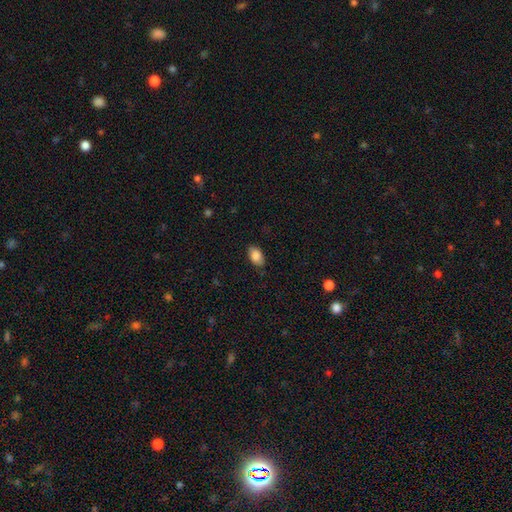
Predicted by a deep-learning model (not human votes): Smooth or featured: smooth — 85% (featured or disk — 7%)
How rounded: in between — 92% (round — 6%)
Merging: none — 84% (minor disturbance — 12%)